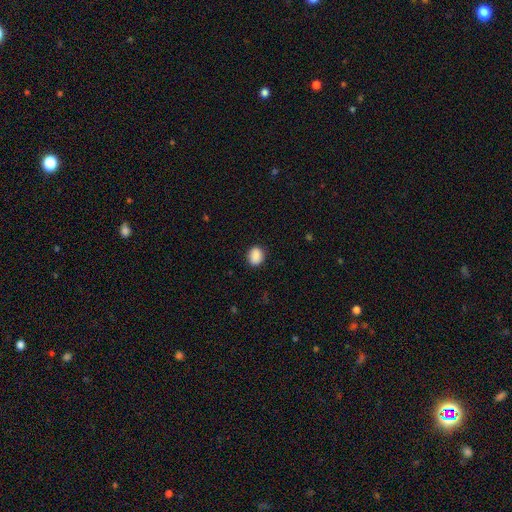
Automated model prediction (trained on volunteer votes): Smooth or featured?
  - smooth: 89% *
  - star or artifact: 8%
  - featured or disk: 3%
How rounded?
  - round: 51% *
  - in between: 48%
  - cigar-shaped: 1%
Merging?
  - none: 88% *
  - minor disturbance: 8%
  - major disturbance: 2%
  - merger: 1%